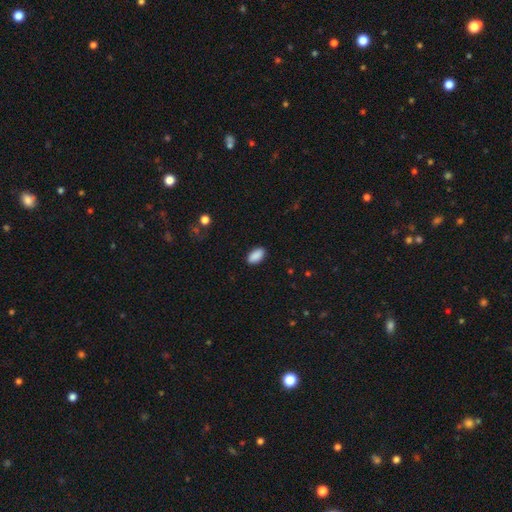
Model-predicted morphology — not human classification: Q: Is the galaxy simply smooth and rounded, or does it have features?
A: smooth — 90%.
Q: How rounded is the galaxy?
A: in between — 94%.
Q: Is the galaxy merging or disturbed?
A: none — 89%.